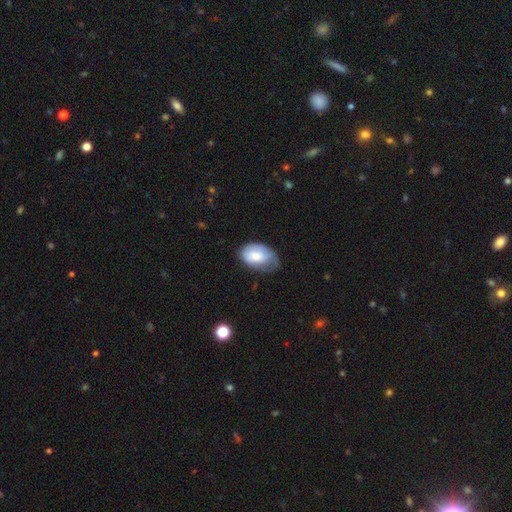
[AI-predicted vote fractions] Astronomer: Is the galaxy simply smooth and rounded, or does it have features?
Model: smooth — 70%.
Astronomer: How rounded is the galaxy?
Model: in between — 87%.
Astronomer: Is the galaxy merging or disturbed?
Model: none — 43% (runner-up: minor disturbance, 40%).